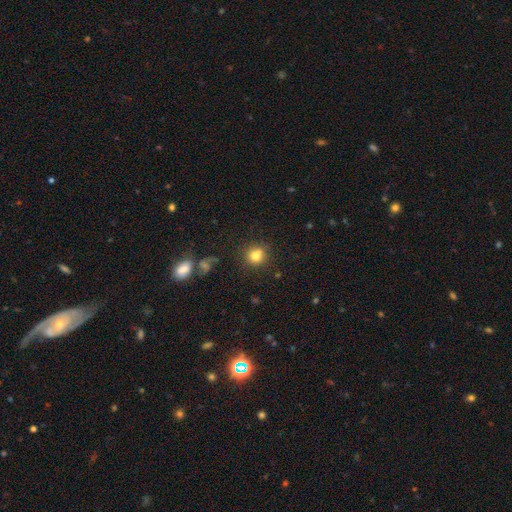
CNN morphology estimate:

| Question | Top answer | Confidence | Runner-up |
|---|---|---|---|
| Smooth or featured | smooth | 80% | star or artifact (12%) |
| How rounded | round | 87% | in between (12%) |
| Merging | none | 79% | minor disturbance (11%) |